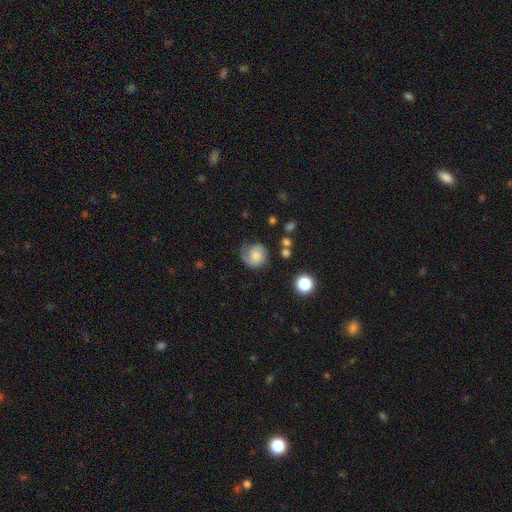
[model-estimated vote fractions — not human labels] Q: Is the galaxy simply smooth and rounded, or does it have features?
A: featured or disk — 61%.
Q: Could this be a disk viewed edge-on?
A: no — 98%.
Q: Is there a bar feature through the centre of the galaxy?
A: no — 72%.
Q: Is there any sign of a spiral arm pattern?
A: yes — 91%.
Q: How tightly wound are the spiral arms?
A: tight — 46%.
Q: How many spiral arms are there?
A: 1 — 49%.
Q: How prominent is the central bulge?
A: moderate — 43%.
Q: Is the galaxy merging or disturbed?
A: none — 57%.